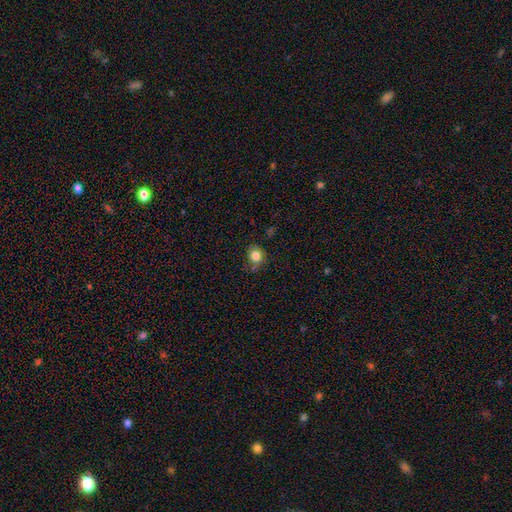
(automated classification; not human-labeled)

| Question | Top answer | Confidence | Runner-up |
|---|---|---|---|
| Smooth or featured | smooth | 82% | star or artifact (12%) |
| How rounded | round | 76% | in between (23%) |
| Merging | none | 69% | minor disturbance (23%) |